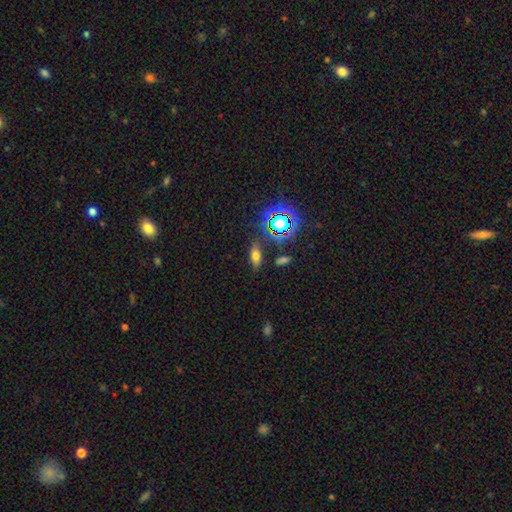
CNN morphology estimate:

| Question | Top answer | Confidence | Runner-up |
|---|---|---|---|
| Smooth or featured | smooth | 62% | star or artifact (23%) |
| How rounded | in between | 74% | cigar-shaped (18%) |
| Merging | none | 80% | minor disturbance (12%) |